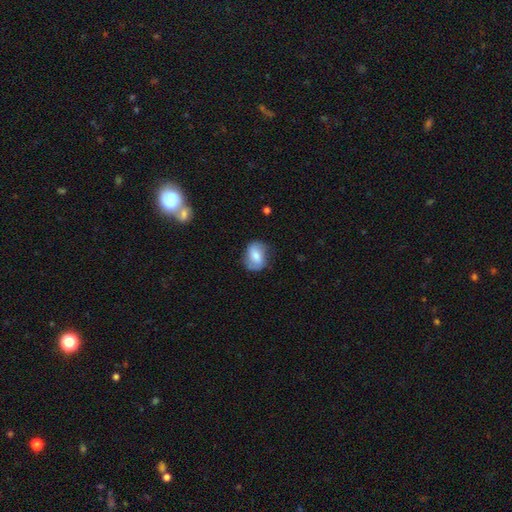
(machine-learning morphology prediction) Overall: smooth (56%; featured or disk 36%). How rounded: in between (63%; round 35%). Merging: none (69%).